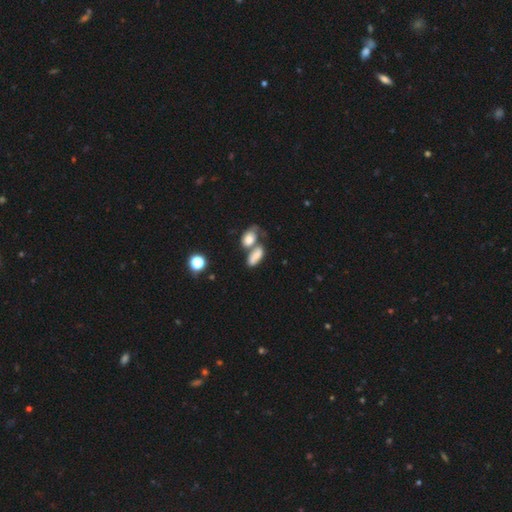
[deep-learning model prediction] Overall: smooth (72%). How rounded: in between (80%). Merging: merger (52%; none 27%).